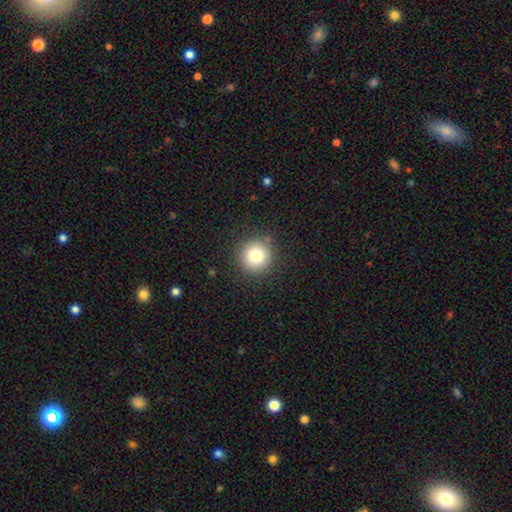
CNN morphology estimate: Overall: smooth (79%). How rounded: round (95%). Merging: none (88%).